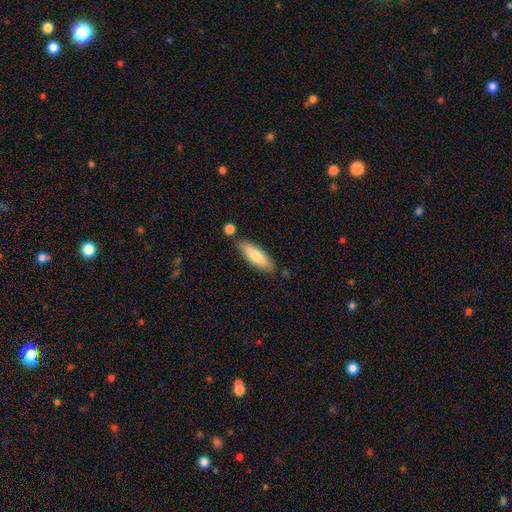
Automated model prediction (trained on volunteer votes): Smooth or featured? Predicted: smooth (p=0.76). How rounded? Predicted: in between (p=0.53). Merging? Predicted: none (p=0.77).